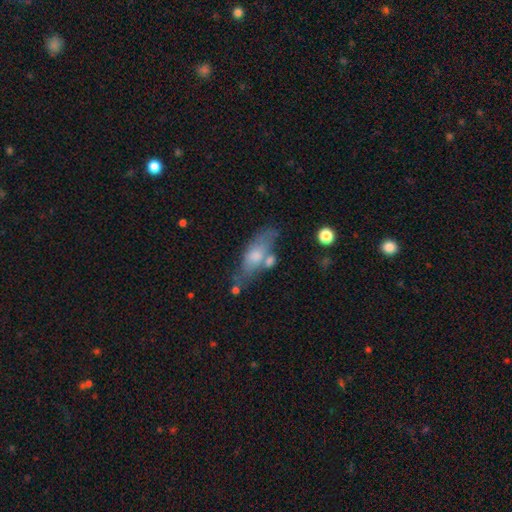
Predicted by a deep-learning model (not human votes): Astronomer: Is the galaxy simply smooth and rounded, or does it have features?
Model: smooth — 56% (runner-up: featured or disk, 36%).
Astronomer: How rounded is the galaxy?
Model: in between — 67%.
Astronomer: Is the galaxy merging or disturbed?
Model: none — 56%.